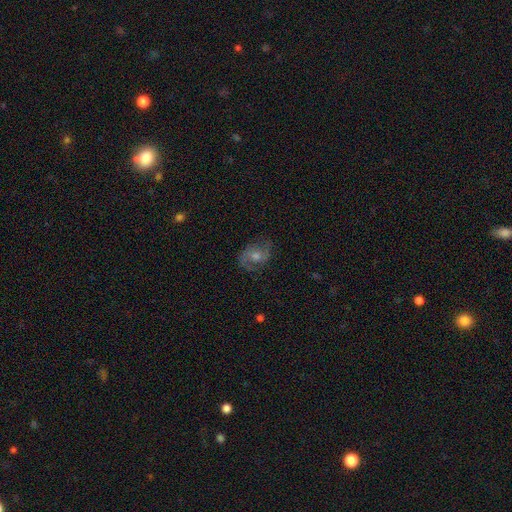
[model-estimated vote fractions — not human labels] The model was most divided on "spiral winding": medium: 51%, loose: 27%, tight: 22%. More confident: edge-on disk — no (97%); spiral arms — yes (92%); spiral arm count — 2 (85%); merging — none (76%); smooth or featured — featured or disk (74%); bulge size — moderate (61%); bar — no (60%).